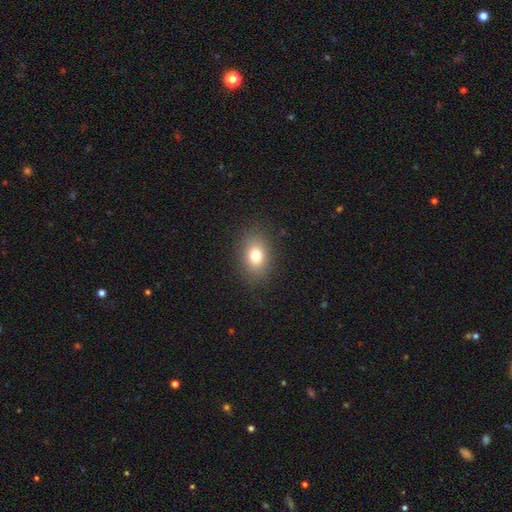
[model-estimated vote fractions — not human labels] smooth_or_featured: smooth (p=0.77) [alt: star or artifact p=0.12]
how_rounded: in between (p=0.72) [alt: round p=0.27]
merging: none (p=0.86) [alt: minor disturbance p=0.09]